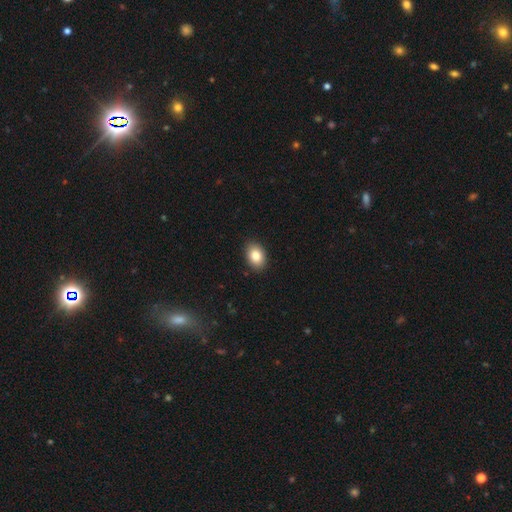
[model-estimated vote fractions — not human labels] Smooth or featured: smooth — 85% (star or artifact — 8%)
How rounded: in between — 77% (round — 22%)
Merging: none — 89% (minor disturbance — 8%)